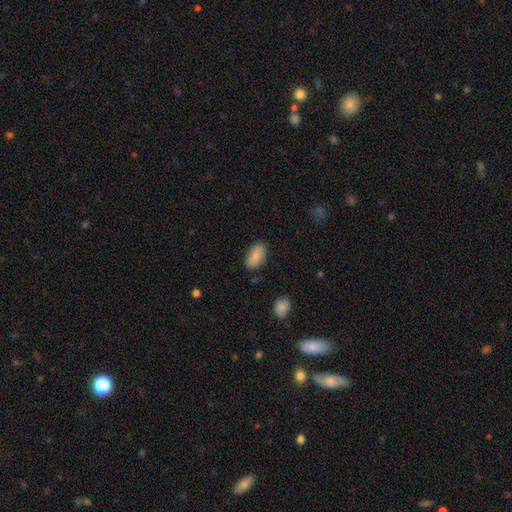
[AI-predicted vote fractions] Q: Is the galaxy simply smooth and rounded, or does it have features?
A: smooth — 83%.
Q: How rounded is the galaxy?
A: in between — 93%.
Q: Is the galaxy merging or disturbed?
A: none — 82%.